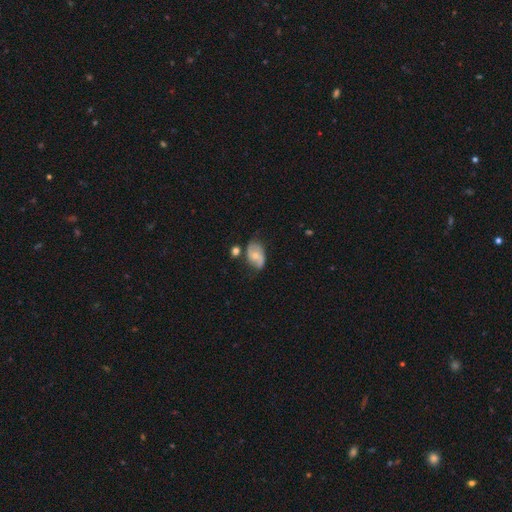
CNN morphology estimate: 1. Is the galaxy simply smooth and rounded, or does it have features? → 49% featured or disk, 43% smooth, 7% star or artifact.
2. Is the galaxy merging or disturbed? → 54% none, 30% minor disturbance, 8% major disturbance, 7% merger.